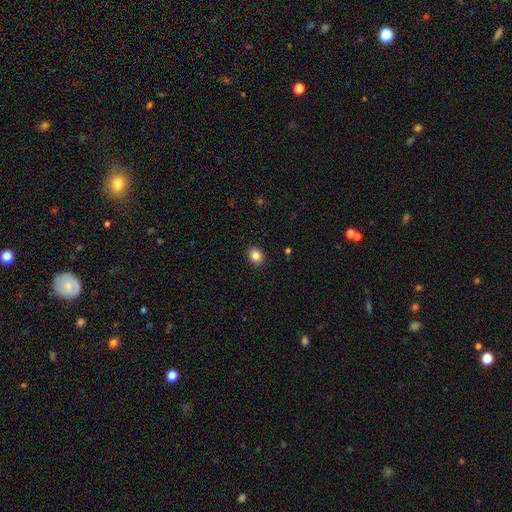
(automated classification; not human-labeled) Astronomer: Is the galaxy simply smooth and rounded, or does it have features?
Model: smooth — 86%.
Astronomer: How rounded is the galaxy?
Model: round — 63%.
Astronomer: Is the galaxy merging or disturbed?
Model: none — 91%.